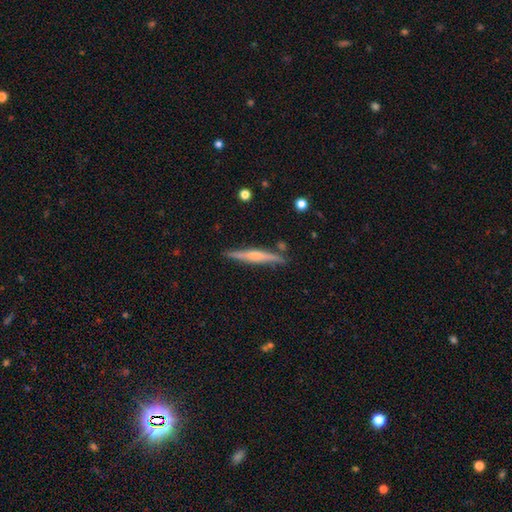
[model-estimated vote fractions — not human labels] Overall: featured or disk (59%; smooth 35%). Edge-on disk: yes (97%). Edge-on bulge: rounded (59%; none 26%). Merging: none (85%).